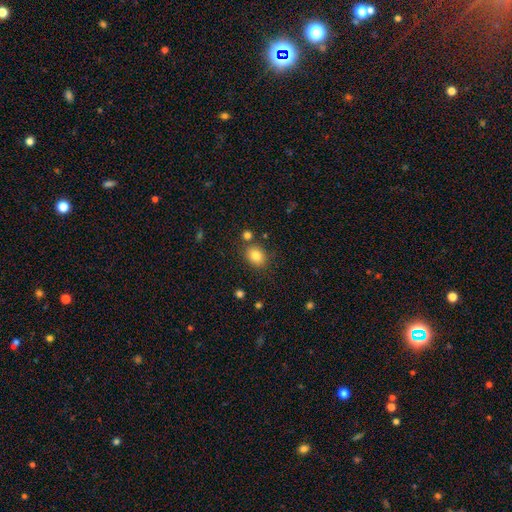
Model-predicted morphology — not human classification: Overall: smooth (83%). How rounded: in between (59%; round 40%). Merging: none (78%).